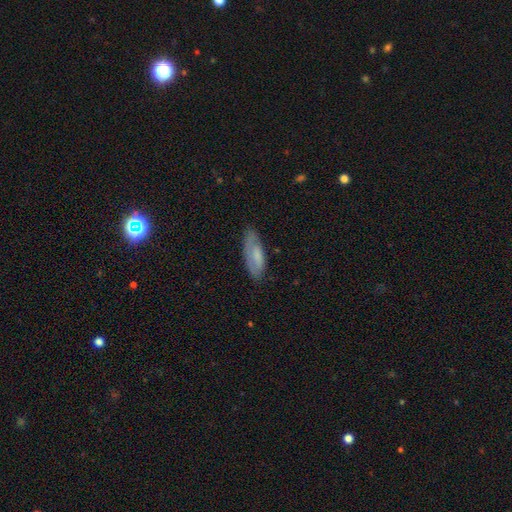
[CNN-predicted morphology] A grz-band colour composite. It shows a smooth galaxy with no disk features (64%) that is in between round and cigar-shaped (64%). Merging: none (69%).